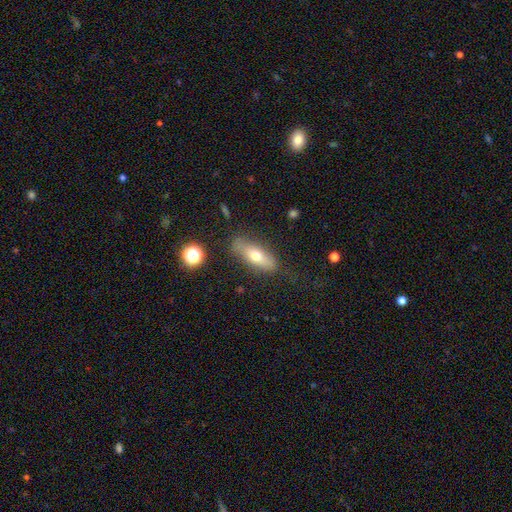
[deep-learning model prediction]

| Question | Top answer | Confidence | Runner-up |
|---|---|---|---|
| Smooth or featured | smooth | 60% | featured or disk (32%) |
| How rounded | in between | 57% | cigar-shaped (39%) |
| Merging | none | 76% | minor disturbance (17%) |